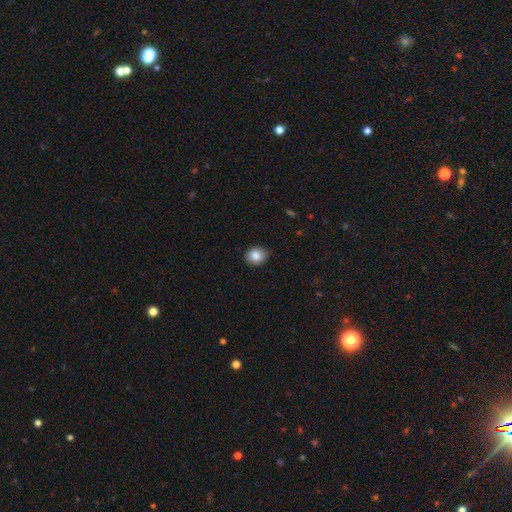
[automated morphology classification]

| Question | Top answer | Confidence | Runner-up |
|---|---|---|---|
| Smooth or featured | smooth | 86% | star or artifact (9%) |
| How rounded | round | 69% | in between (30%) |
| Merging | none | 87% | minor disturbance (10%) |